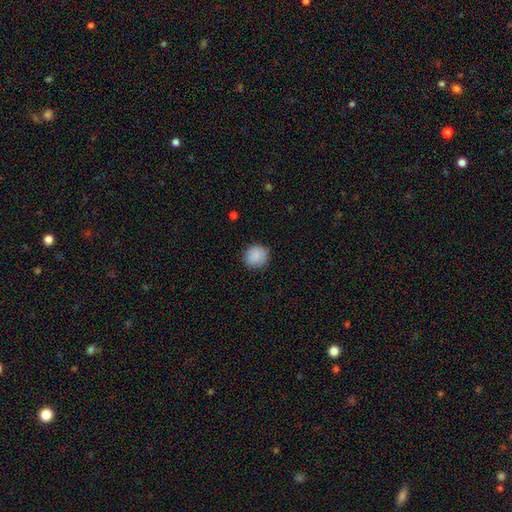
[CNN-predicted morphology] Smooth or featured: smooth — 89% (star or artifact — 8%)
How rounded: round — 83% (in between — 16%)
Merging: none — 84% (minor disturbance — 13%)